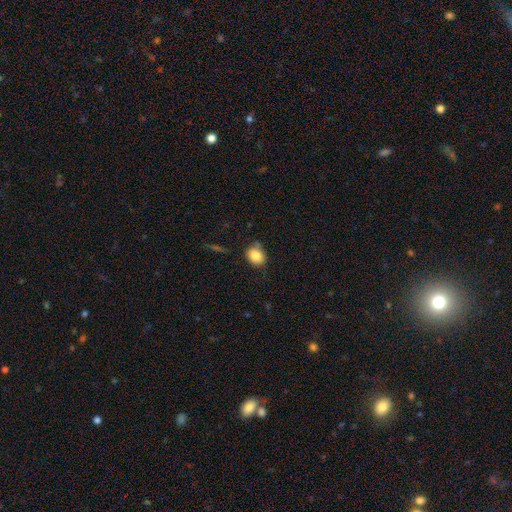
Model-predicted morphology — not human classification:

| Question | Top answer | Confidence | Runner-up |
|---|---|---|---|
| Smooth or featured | smooth | 84% | star or artifact (9%) |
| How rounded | round | 56% | in between (43%) |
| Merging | none | 68% | minor disturbance (22%) |